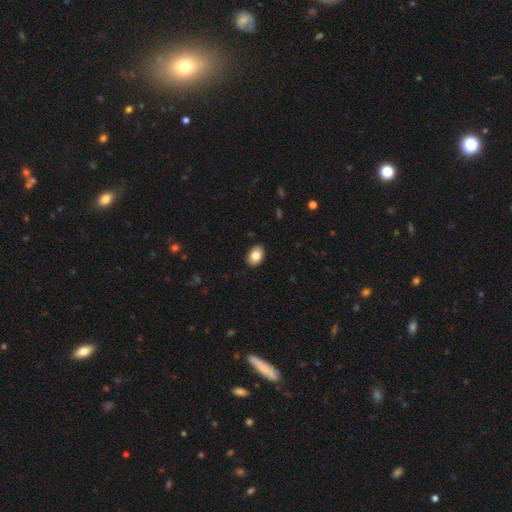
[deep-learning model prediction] Smooth or featured? smooth (83%)
How rounded? in between (81%)
Merging? none (88%)